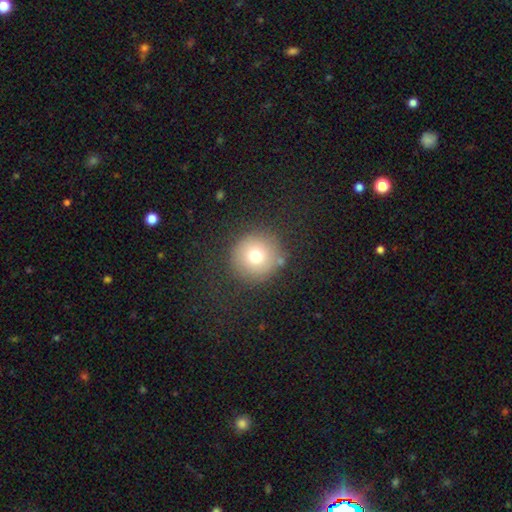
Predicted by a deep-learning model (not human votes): Smooth or featured?
  - smooth: 73% *
  - star or artifact: 14%
  - featured or disk: 13%
How rounded?
  - round: 95% *
  - in between: 4%
  - cigar-shaped: 1%
Merging?
  - none: 84% *
  - minor disturbance: 9%
  - major disturbance: 5%
  - merger: 3%